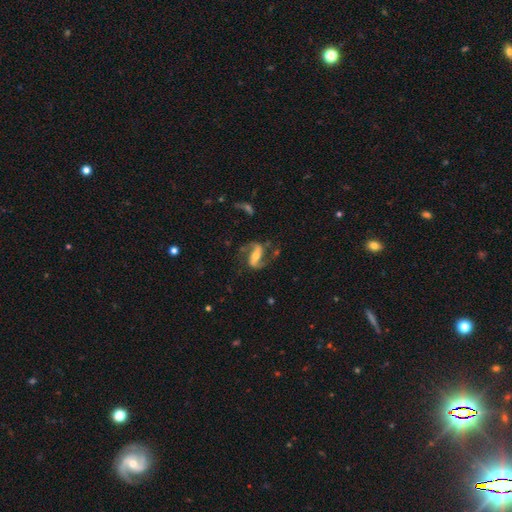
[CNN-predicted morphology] smooth-or-featured: featured or disk: 87% | smooth: 7% | star or artifact: 6%
  disk-edge-on: no: 96% | yes: 4%
    bar: strong: 51% | weak: 29% | no: 20%
    has-spiral-arms: yes: 96% | no: 4%
      spiral-winding: loose: 45% | medium: 44% | tight: 11%
      spiral-arm-count: 2: 92% | can't tell: 2% | 1: 2% | 3: 1% | 4: 1% | more than 4: 1%
    bulge-size: moderate: 52% | small: 40% | large: 5% | none: 3% | dominant: 1%
  merging: none: 71% | minor disturbance: 14% | major disturbance: 12% | merger: 2%